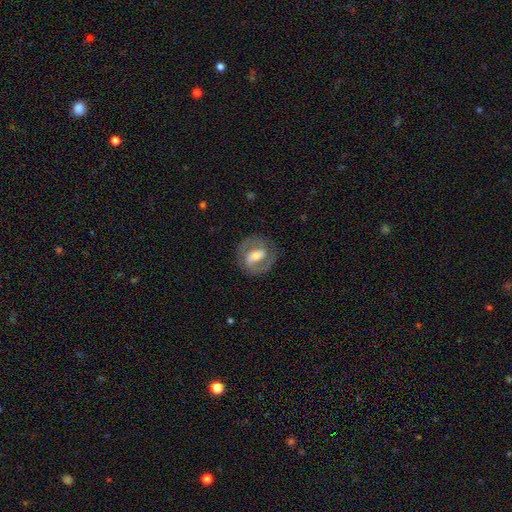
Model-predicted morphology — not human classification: Smooth or featured?
  - featured or disk: 79% *
  - smooth: 16%
  - star or artifact: 5%
Edge-on disk?
  - no: 96% *
  - yes: 4%
Bar?
  - strong: 46% *
  - weak: 37%
  - no: 17%
Spiral arms?
  - yes: 87% *
  - no: 13%
Spiral winding?
  - medium: 49% *
  - tight: 37%
  - loose: 14%
Spiral arm count?
  - 2: 86% *
  - can't tell: 6%
  - 1: 6%
  - 3: 1%
  - 4: 1%
  - more than 4: 1%
Bulge size?
  - moderate: 58% *
  - small: 30%
  - large: 9%
  - none: 2%
  - dominant: 1%
Merging?
  - none: 82% *
  - minor disturbance: 11%
  - major disturbance: 6%
  - merger: 1%